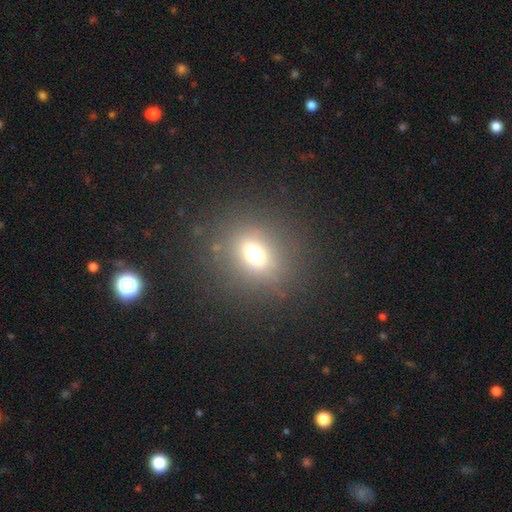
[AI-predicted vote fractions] Smooth or featured? smooth (63%)
How rounded? round (54%)
Merging? none (88%)